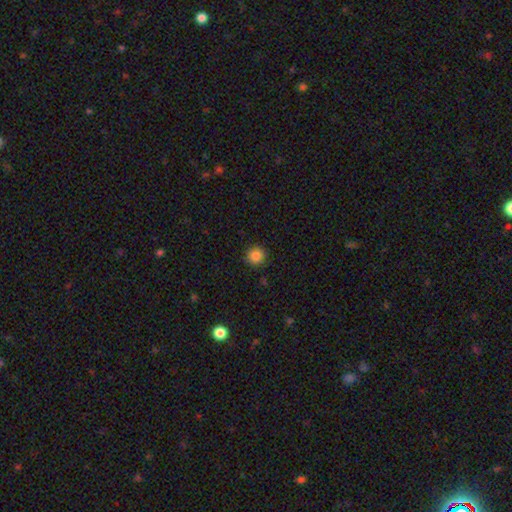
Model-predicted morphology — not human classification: smooth 86%, star or artifact 11%, featured or disk 4%. Down the decision tree: how rounded — round (93%); merging — none (91%).